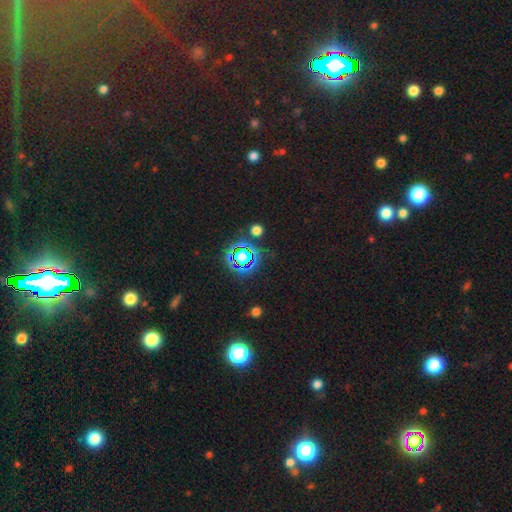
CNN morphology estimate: A star or artifact, not a galaxy (76%).

Vote fractions:
- Smooth or featured? star or artifact: 76% / smooth: 16% / featured or disk: 8%